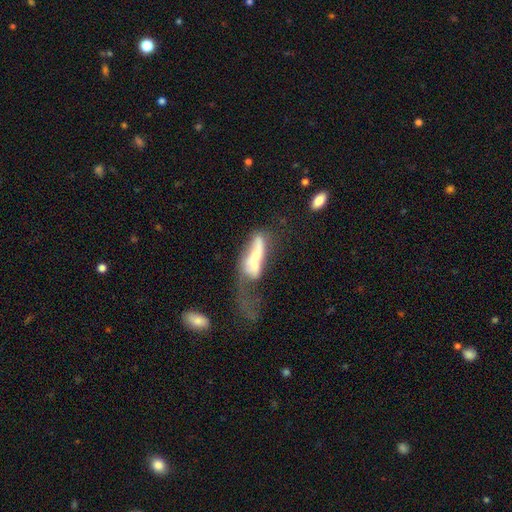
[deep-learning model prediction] Overall: featured or disk (52%; smooth 40%). Edge-on disk: no (83%). Merging: merger (57%; major disturbance 25%).